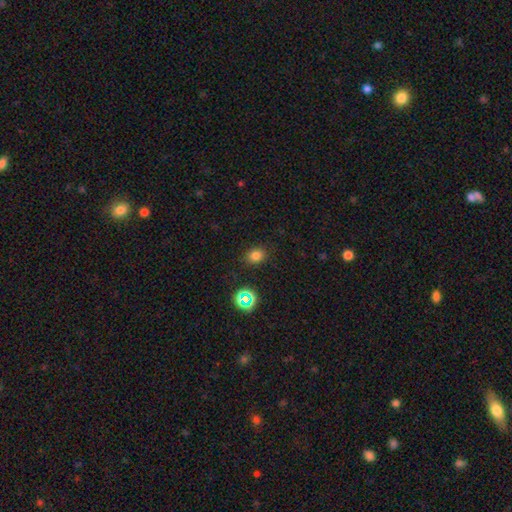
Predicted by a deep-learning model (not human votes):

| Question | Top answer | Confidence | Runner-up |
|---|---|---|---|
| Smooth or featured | smooth | 76% | star or artifact (18%) |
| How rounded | round | 55% | in between (44%) |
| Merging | none | 85% | minor disturbance (10%) |